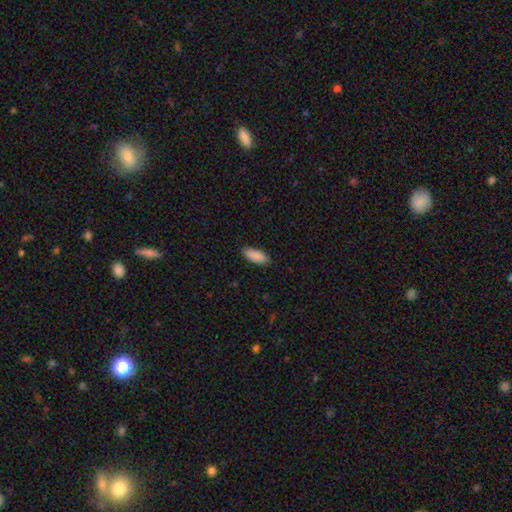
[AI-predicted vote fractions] This is clearly a smooth galaxy (90%). How rounded: clearly in between (80%). Merging: clearly none (88%).